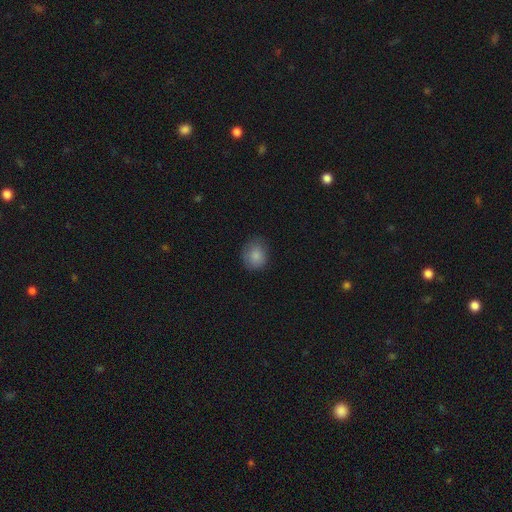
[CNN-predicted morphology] Overall: smooth (85%). How rounded: round (72%). Merging: none (77%).